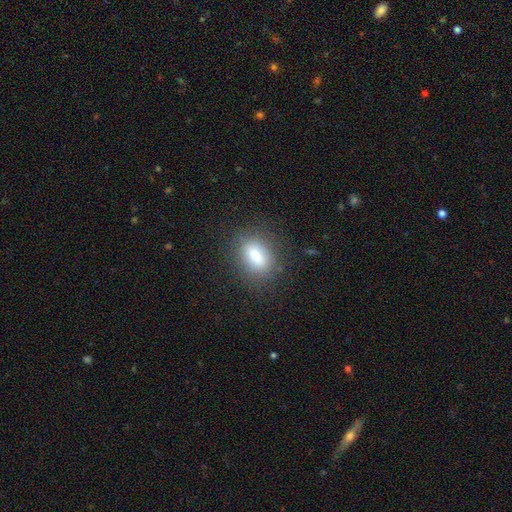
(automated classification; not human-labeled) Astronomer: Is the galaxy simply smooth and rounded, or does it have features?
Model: smooth — 74%.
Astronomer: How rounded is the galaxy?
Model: in between — 74%.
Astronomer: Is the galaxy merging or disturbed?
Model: none — 82%.